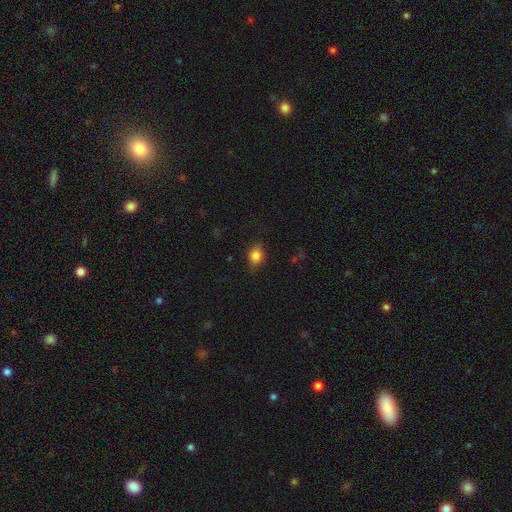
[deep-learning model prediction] A smooth galaxy with no disk features (83%) that is round (51%).

Vote fractions:
- Smooth or featured? smooth: 83% / star or artifact: 10% / featured or disk: 8%
- How rounded? round: 51% / in between: 48% / cigar-shaped: 2%
- Merging? none: 74% / minor disturbance: 20% / major disturbance: 5% / merger: 1%